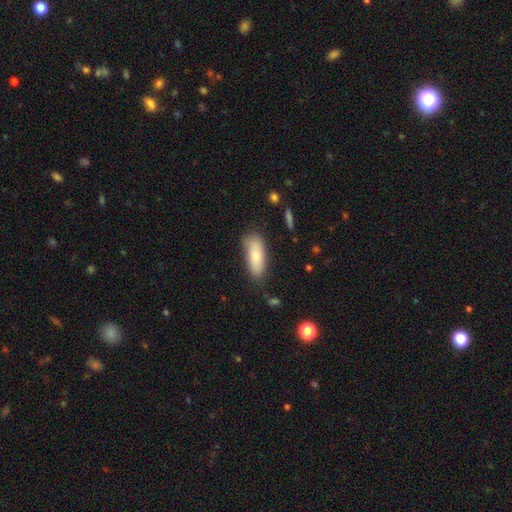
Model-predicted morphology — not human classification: Smooth or featured: smooth — 78% (featured or disk — 15%)
How rounded: in between — 74% (cigar-shaped — 24%)
Merging: none — 69% (minor disturbance — 22%)